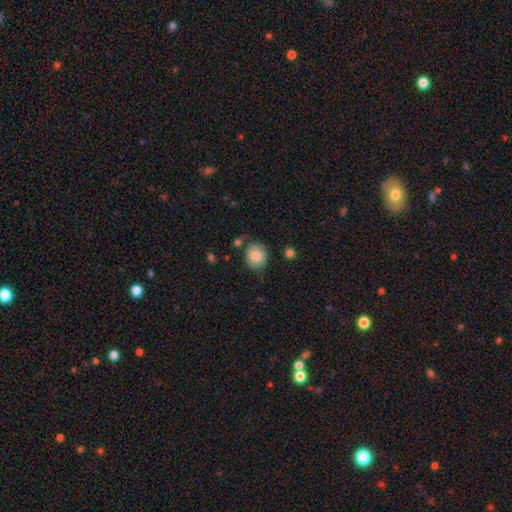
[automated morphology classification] A smooth galaxy with no disk features (81%) that is round (74%). Merging: none (68%).